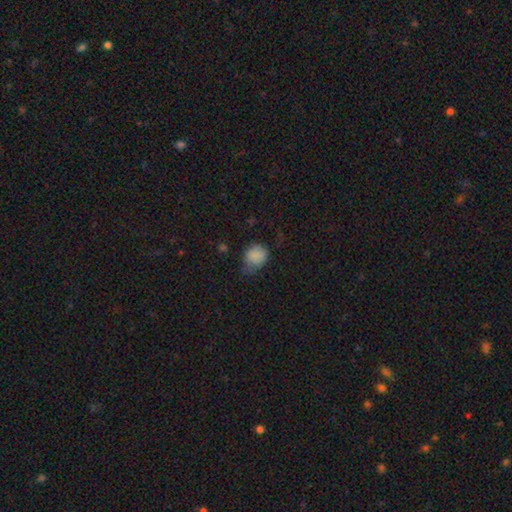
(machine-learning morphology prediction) smooth-or-featured: smooth: 83% | star or artifact: 10% | featured or disk: 7%
  how-rounded: round: 62% | in between: 37% | cigar-shaped: 1%
  merging: none: 43% | minor disturbance: 41% | major disturbance: 14% | merger: 2%